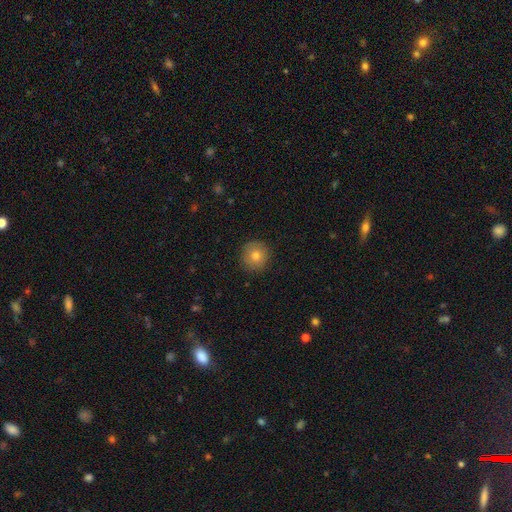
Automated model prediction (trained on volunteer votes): This appears to be a smooth galaxy with no disk features (77%) that is round (94%). Merging: none (89%).